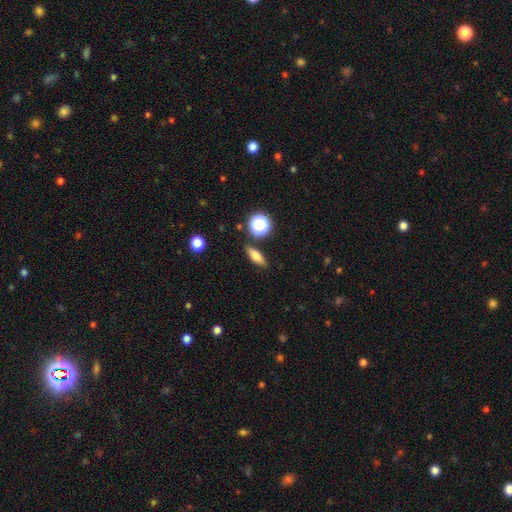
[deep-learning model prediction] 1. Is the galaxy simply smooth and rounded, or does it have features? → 64% smooth, 24% featured or disk, 11% star or artifact.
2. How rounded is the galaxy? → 47% in between, 41% cigar-shaped, 12% round.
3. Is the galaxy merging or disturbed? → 84% none, 10% minor disturbance, 3% merger, 3% major disturbance.